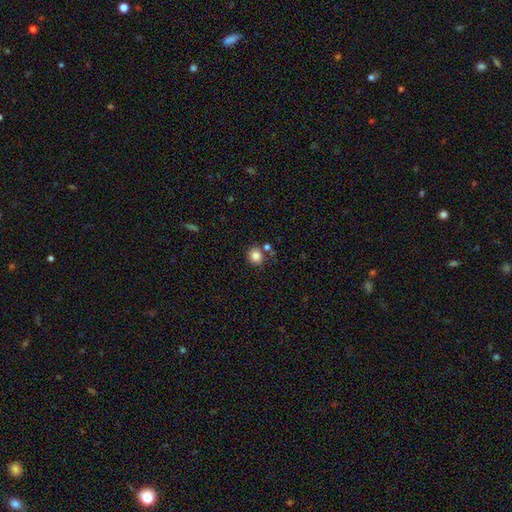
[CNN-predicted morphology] Overall: smooth (84%). How rounded: round (88%). Merging: none (73%).